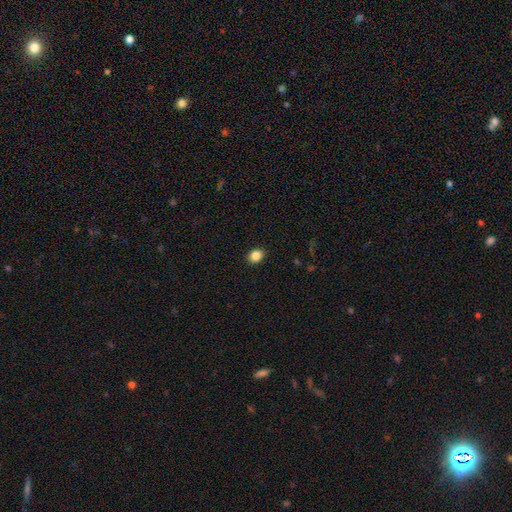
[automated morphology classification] type=smooth (86%); roundness=round (54%); merging=none (90%).